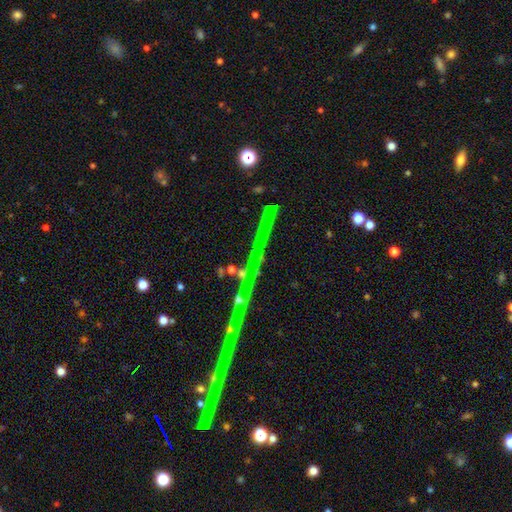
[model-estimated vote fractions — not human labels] A star or artifact, not a galaxy (64%).